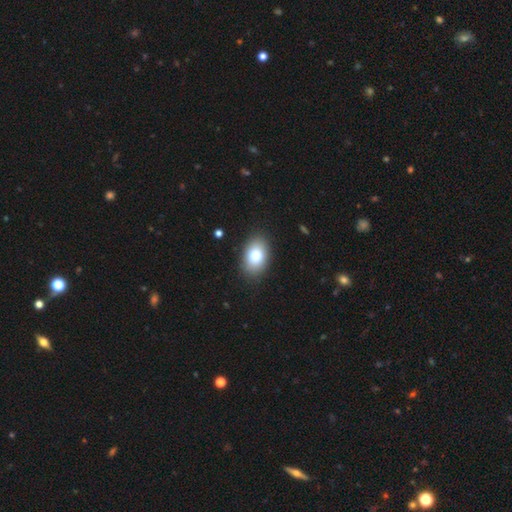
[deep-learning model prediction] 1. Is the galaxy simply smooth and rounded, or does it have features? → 77% smooth, 14% featured or disk, 9% star or artifact.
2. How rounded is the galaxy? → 82% in between, 17% round, 1% cigar-shaped.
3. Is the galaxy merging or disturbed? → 88% none, 8% minor disturbance, 2% major disturbance, 1% merger.